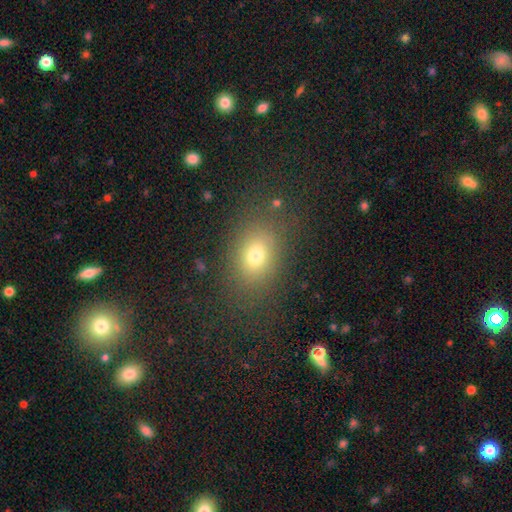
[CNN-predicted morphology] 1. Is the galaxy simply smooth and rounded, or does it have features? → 73% smooth, 15% star or artifact, 12% featured or disk.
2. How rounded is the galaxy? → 67% in between, 31% round, 2% cigar-shaped.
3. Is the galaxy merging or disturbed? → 80% none, 11% minor disturbance, 7% major disturbance, 2% merger.